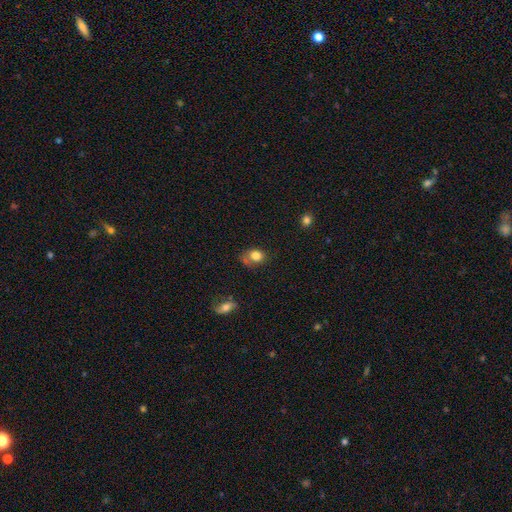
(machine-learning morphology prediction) smooth-or-featured: smooth: 79% | featured or disk: 11% | star or artifact: 10%
  how-rounded: round: 50% | in between: 49% | cigar-shaped: 1%
  merging: none: 48% | minor disturbance: 28% | major disturbance: 16% | merger: 8%